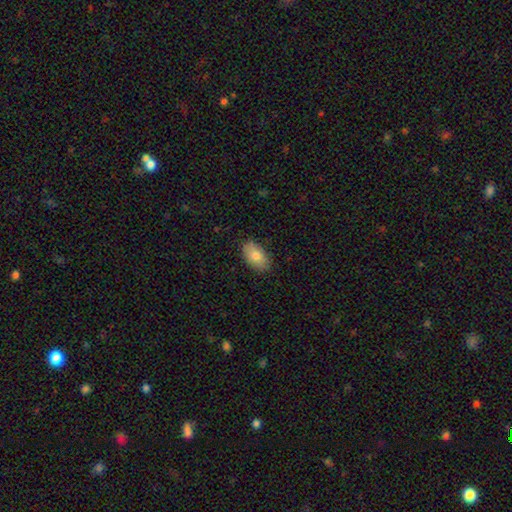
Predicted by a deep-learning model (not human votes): Morphology: type=smooth (81%); roundness=in between (93%); merging=none (81%).